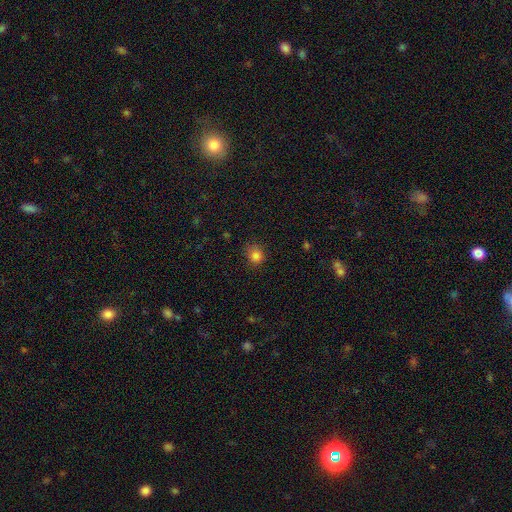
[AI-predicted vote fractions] The model was most divided on "how rounded": round: 76%, in between: 23%, cigar-shaped: 1%. More confident: smooth or featured — smooth (82%); merging — none (76%).